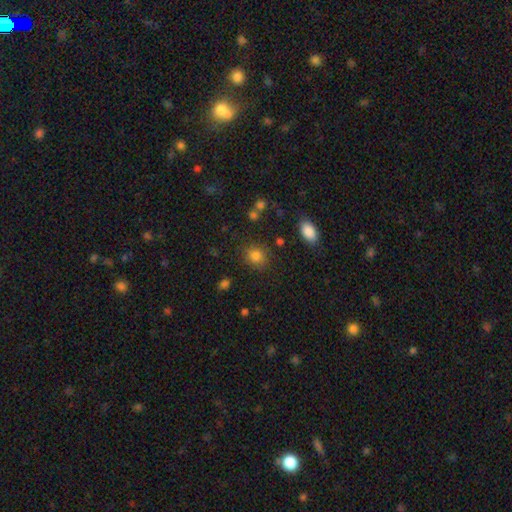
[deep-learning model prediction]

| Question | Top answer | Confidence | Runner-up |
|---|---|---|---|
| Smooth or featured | smooth | 82% | star or artifact (12%) |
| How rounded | round | 74% | in between (25%) |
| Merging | none | 82% | minor disturbance (11%) |